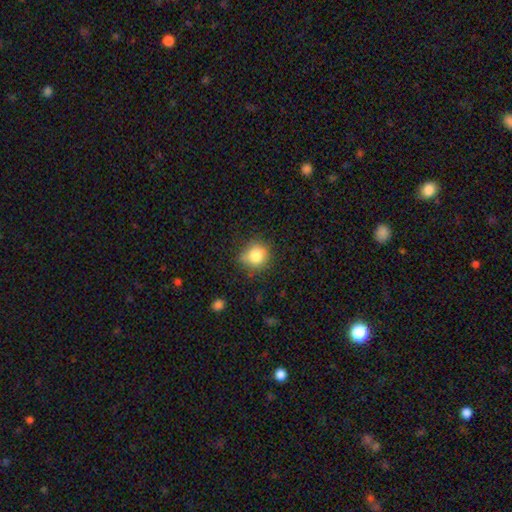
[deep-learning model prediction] This appears to be a smooth galaxy with no disk features (82%) that is round (82%). Merging: none (72%).